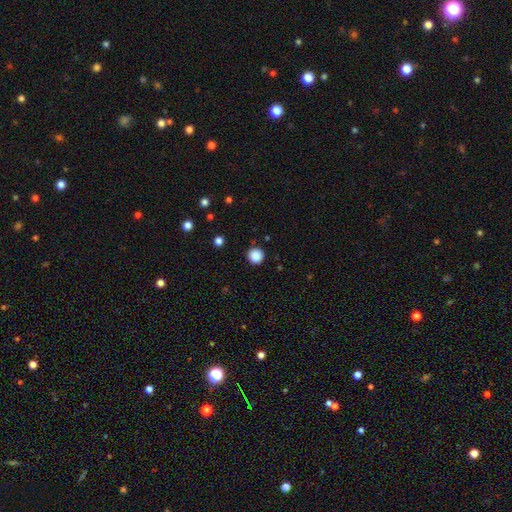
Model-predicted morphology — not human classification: Smooth or featured?
  - smooth: 87% *
  - star or artifact: 10%
  - featured or disk: 2%
How rounded?
  - round: 96% *
  - in between: 3%
  - cigar-shaped: 1%
Merging?
  - none: 91% *
  - minor disturbance: 6%
  - major disturbance: 2%
  - merger: 1%